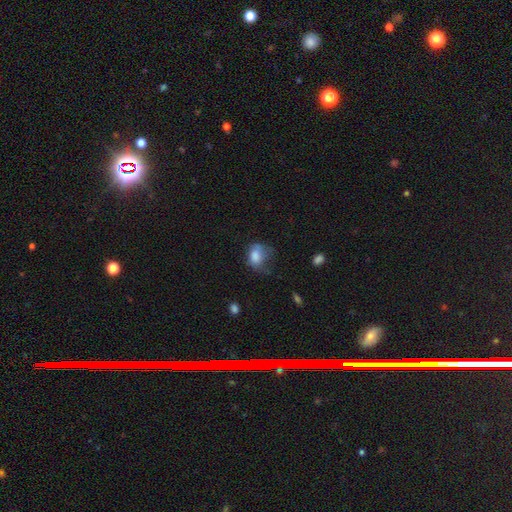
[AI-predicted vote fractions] Smooth or featured? smooth (75%)
How rounded? in between (65%)
Merging? major disturbance (35%)